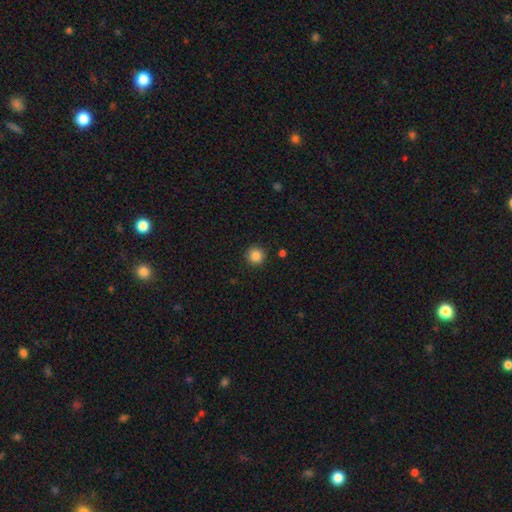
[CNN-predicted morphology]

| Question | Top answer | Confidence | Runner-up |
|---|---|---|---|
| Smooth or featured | smooth | 85% | star or artifact (10%) |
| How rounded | round | 94% | in between (5%) |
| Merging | none | 89% | minor disturbance (7%) |